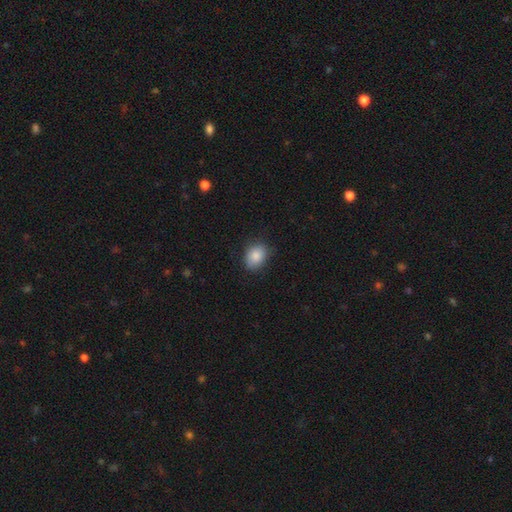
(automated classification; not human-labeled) Smooth or featured? Predicted: smooth (p=0.86). How rounded? Predicted: in between (p=0.64). Merging? Predicted: none (p=0.78).